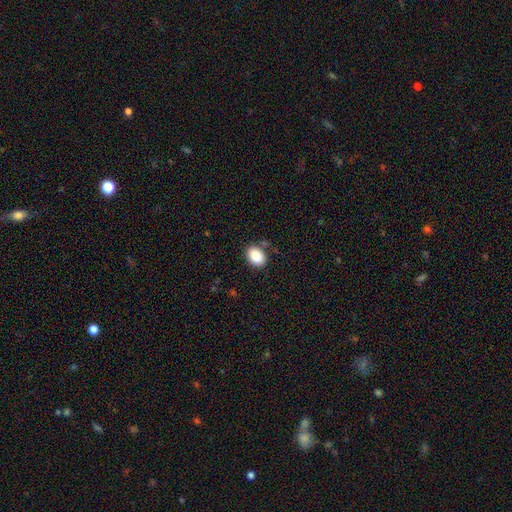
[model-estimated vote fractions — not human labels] Smooth or featured: smooth — 86% (star or artifact — 8%)
How rounded: in between — 73% (round — 26%)
Merging: none — 80% (minor disturbance — 12%)